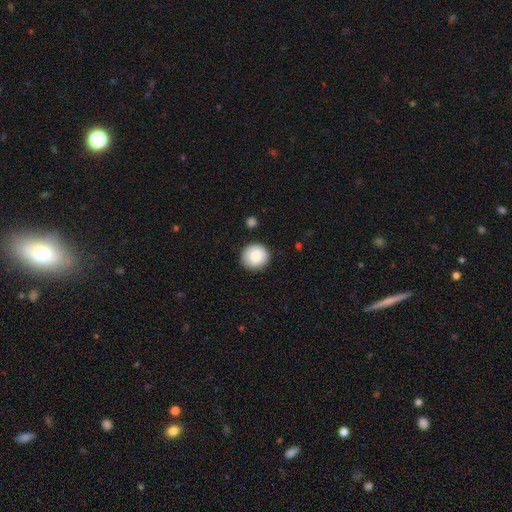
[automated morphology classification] Smooth or featured? smooth (86%)
How rounded? round (90%)
Merging? none (89%)